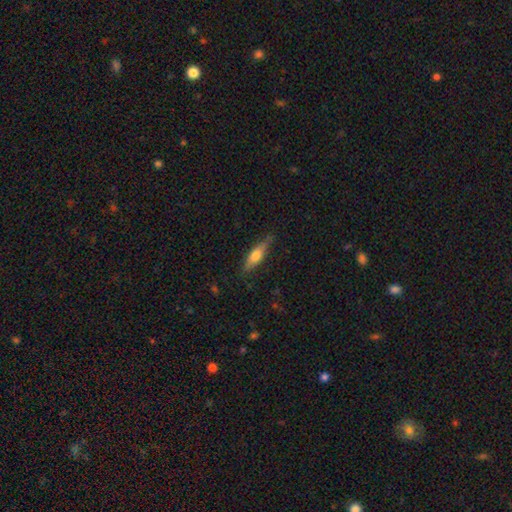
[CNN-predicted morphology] This is possibly a smooth galaxy (56%). How rounded: likely cigar-shaped (64%). Merging: likely none (77%).